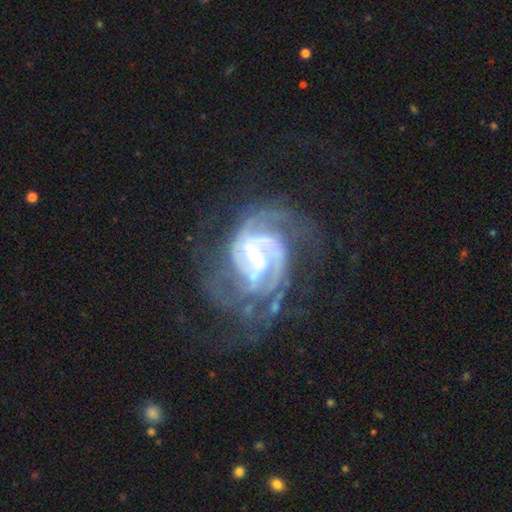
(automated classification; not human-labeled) Smooth or featured?
  - featured or disk: 91% *
  - star or artifact: 5%
  - smooth: 4%
Edge-on disk?
  - no: 98% *
  - yes: 2%
Bar?
  - weak: 50% *
  - strong: 36%
  - no: 14%
Spiral arms?
  - yes: 98% *
  - no: 2%
Spiral winding?
  - medium: 48% *
  - tight: 40%
  - loose: 12%
Spiral arm count?
  - 2: 46% *
  - 3: 23%
  - can't tell: 14%
  - 4: 7%
  - 1: 5%
  - more than 4: 5%
Bulge size?
  - small: 47% *
  - moderate: 45%
  - large: 5%
  - none: 3%
  - dominant: 1%
Merging?
  - none: 53% *
  - major disturbance: 24%
  - minor disturbance: 20%
  - merger: 3%